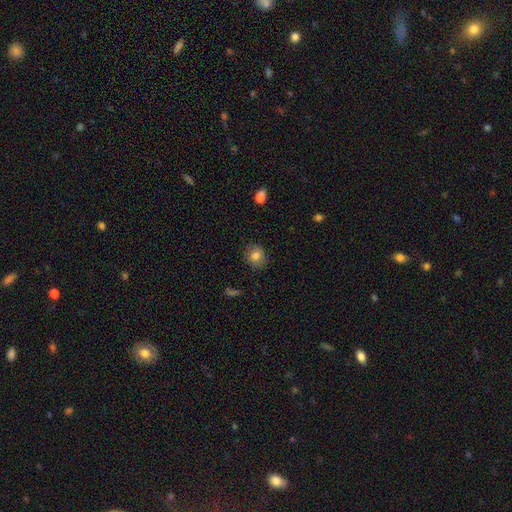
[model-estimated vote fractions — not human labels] Q: Smooth or featured?
A: smooth (80%); runner-up: featured or disk (10%)
Q: How rounded?
A: round (74%); runner-up: in between (25%)
Q: Merging?
A: none (84%); runner-up: minor disturbance (12%)